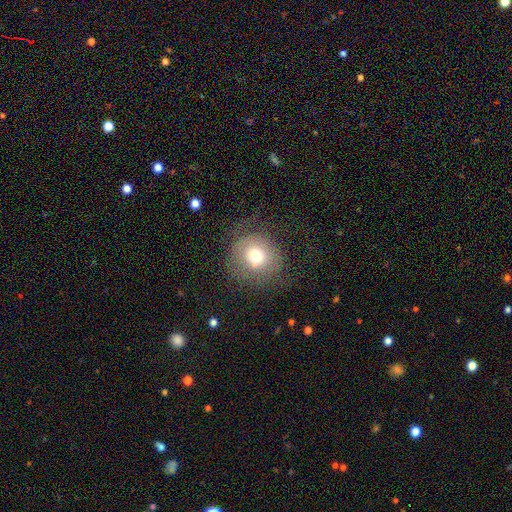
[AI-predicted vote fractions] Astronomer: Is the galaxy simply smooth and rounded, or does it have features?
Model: smooth — 66%.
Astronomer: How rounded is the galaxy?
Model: round — 87%.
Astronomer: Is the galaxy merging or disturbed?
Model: none — 58%.